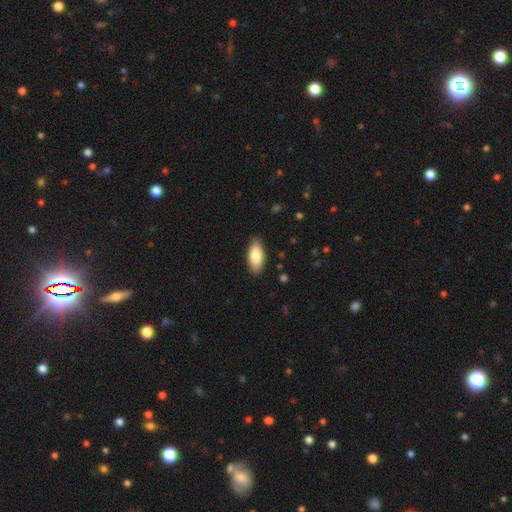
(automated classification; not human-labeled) Morphology: type=smooth (83%); roundness=in between (86%); merging=none (88%).